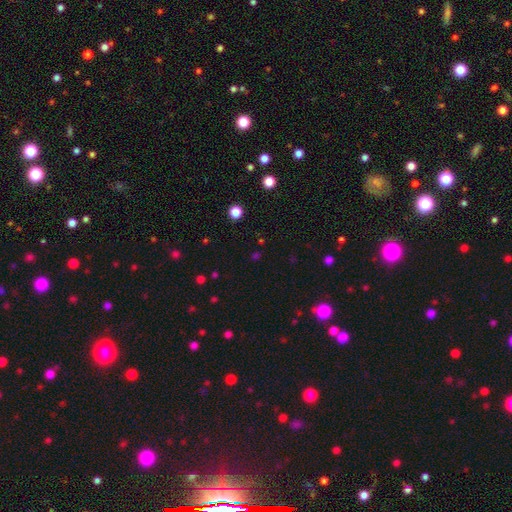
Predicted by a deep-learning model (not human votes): The model was most divided on "smooth or featured": star or artifact: 54%, smooth: 40%, featured or disk: 6%.